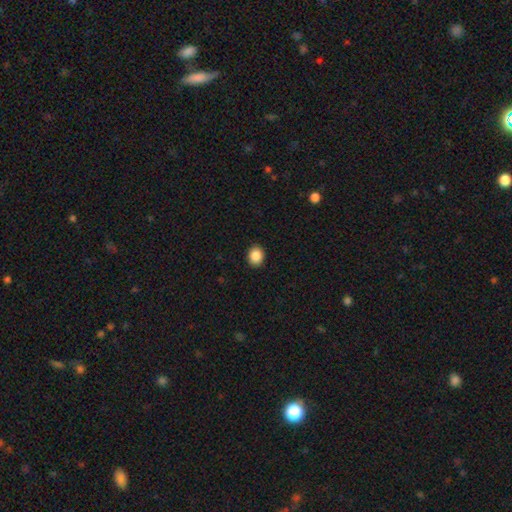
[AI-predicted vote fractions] The model was most divided on "how rounded": round: 62%, in between: 38%, cigar-shaped: 1%. More confident: merging — none (91%); smooth or featured — smooth (88%).